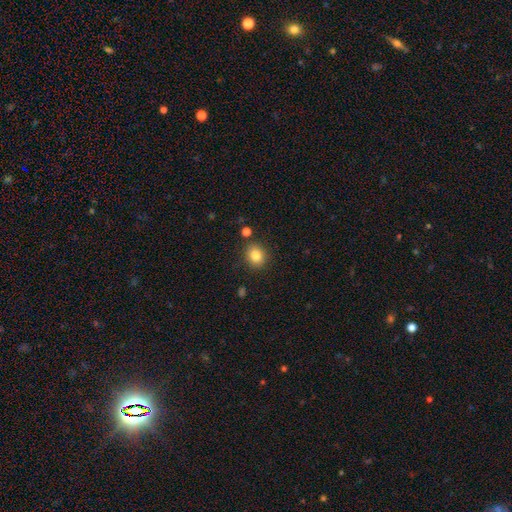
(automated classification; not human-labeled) Smooth or featured: smooth — 82% (star or artifact — 11%)
How rounded: round — 73% (in between — 26%)
Merging: none — 86% (minor disturbance — 8%)